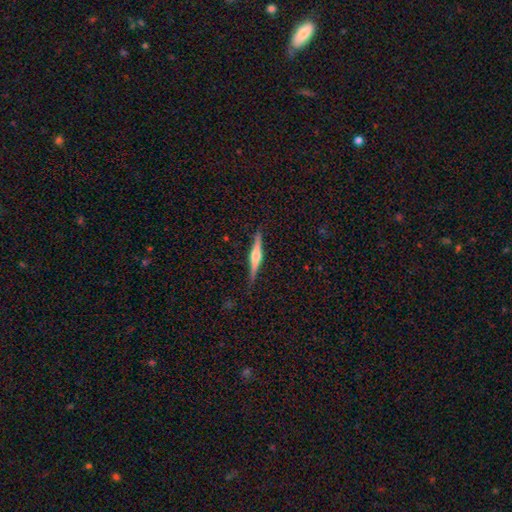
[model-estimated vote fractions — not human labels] Overall: featured or disk (73%). Edge-on disk: yes (98%). Edge-on bulge: rounded (85%). Merging: none (88%).